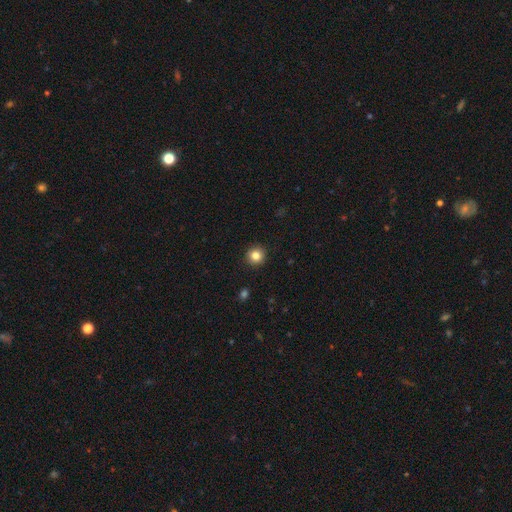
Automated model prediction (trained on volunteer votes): Smooth or featured? smooth (84%)
How rounded? round (94%)
Merging? none (92%)